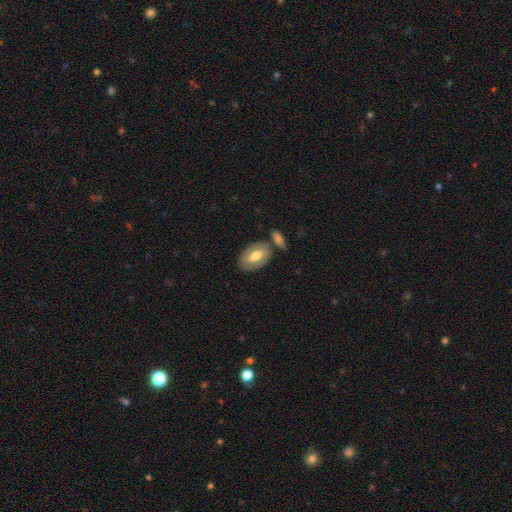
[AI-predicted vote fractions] smooth-or-featured: smooth: 57% | featured or disk: 37% | star or artifact: 6%
  how-rounded: in between: 90% | round: 8% | cigar-shaped: 2%
  merging: none: 67% | minor disturbance: 14% | merger: 14% | major disturbance: 5%